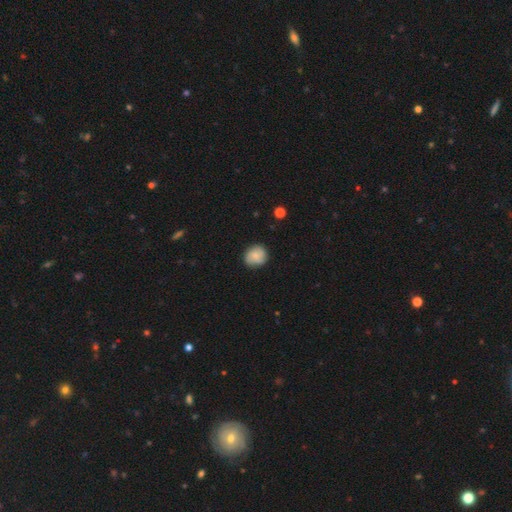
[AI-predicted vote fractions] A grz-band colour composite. It shows a smooth galaxy with no disk features (65%) that is round (81%). Merging: none (82%).